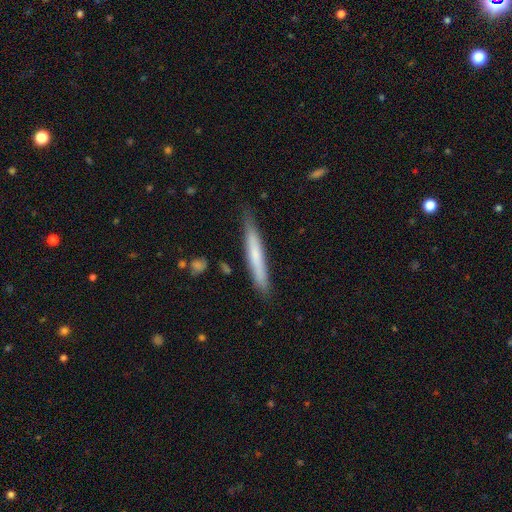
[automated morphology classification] type=smooth (61%); roundness=cigar-shaped (95%); merging=none (82%).